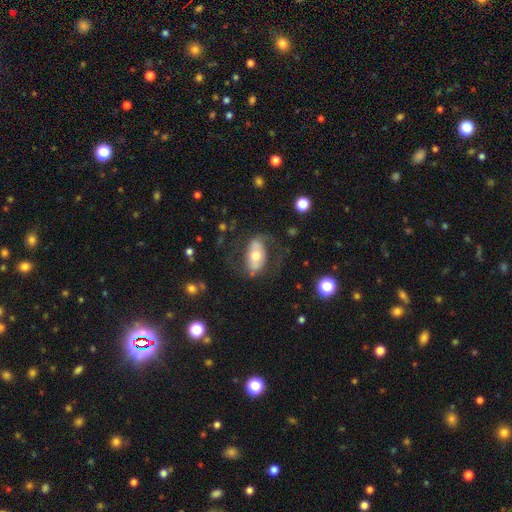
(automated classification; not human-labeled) A featured or disk galaxy (57%) with no bar (45%), spiral arms (61%) and a moderate central bulge (69%). Merging: none (61%).